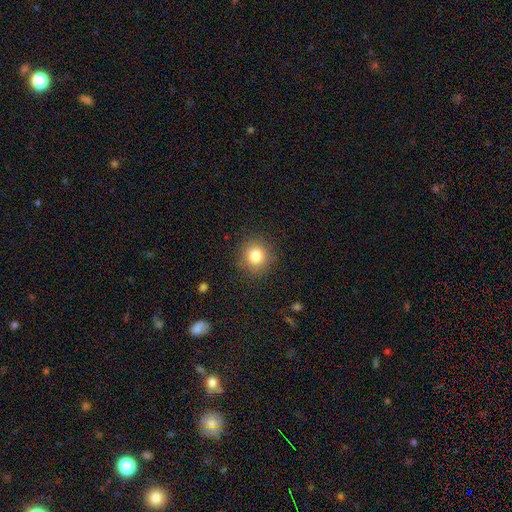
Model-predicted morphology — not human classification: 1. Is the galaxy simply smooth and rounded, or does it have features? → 81% smooth, 12% star or artifact, 7% featured or disk.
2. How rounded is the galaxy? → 90% round, 9% in between, 1% cigar-shaped.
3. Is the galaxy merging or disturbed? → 88% none, 8% minor disturbance, 3% major disturbance, 1% merger.